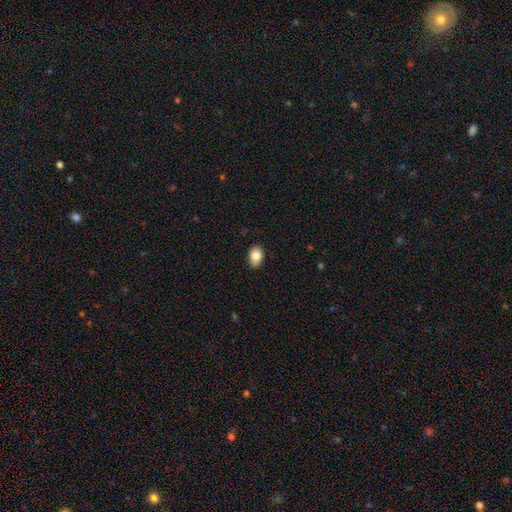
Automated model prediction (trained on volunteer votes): Smooth or featured? smooth (86%)
How rounded? in between (80%)
Merging? none (83%)